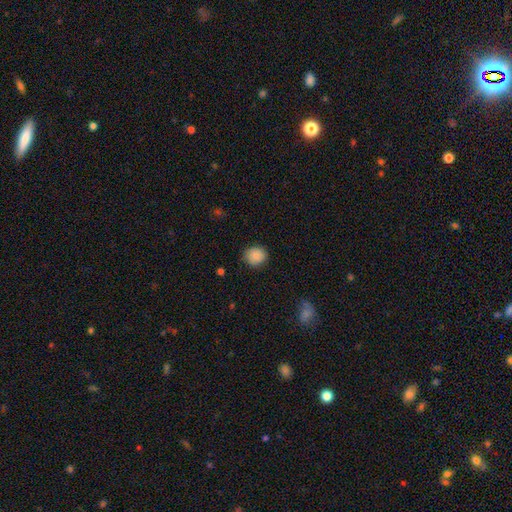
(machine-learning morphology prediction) smooth_or_featured: smooth (p=0.87) [alt: star or artifact p=0.08]
how_rounded: round (p=0.82) [alt: in between p=0.17]
merging: none (p=0.83) [alt: minor disturbance p=0.13]